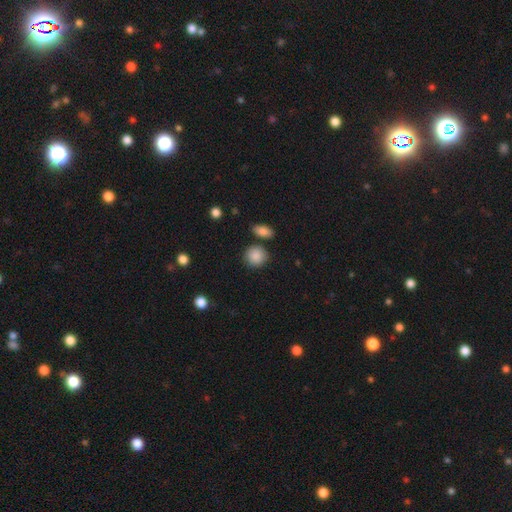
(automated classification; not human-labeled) Morphology: type=smooth (88%); roundness=round (85%); merging=none (80%).